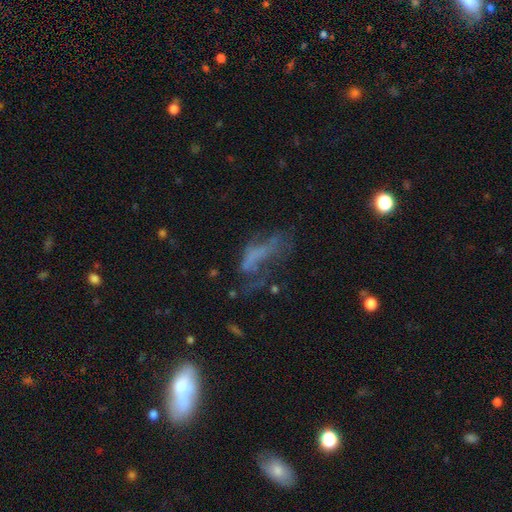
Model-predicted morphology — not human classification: A featured or disk galaxy (45%). Merging: major disturbance (44%).